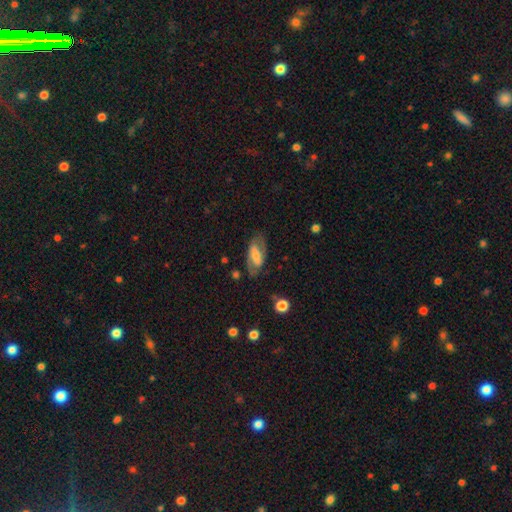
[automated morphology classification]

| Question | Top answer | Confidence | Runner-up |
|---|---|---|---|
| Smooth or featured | featured or disk | 61% | smooth (33%) |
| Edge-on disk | no | 90% | yes (10%) |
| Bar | strong | 52% | weak (32%) |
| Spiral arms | yes | 73% | no (27%) |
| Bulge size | moderate | 40% | small (38%) |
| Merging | none | 73% | minor disturbance (17%) |